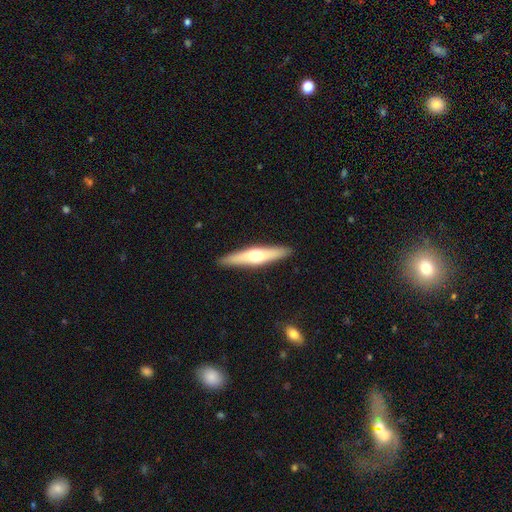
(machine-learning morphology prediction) Smooth or featured? featured or disk (53%)
Edge-on disk? yes (94%)
Edge-on bulge? rounded (91%)
Merging? none (91%)